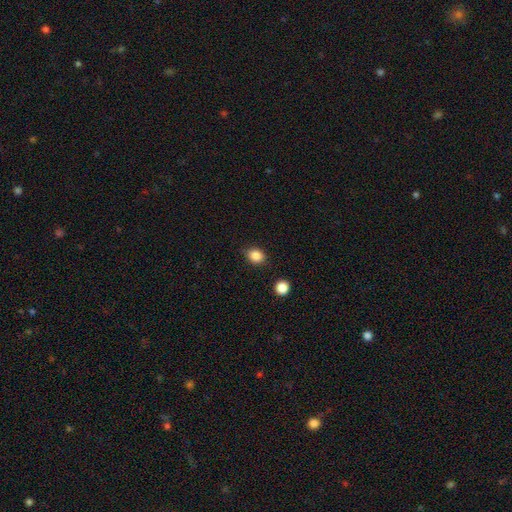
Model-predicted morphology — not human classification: Smooth or featured? smooth (86%)
How rounded? round (57%)
Merging? none (82%)